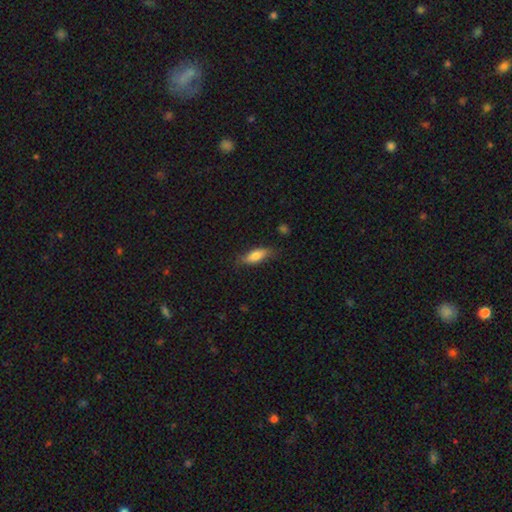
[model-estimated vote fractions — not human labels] Morphology: type=smooth (77%); roundness=in between (69%); merging=none (76%).